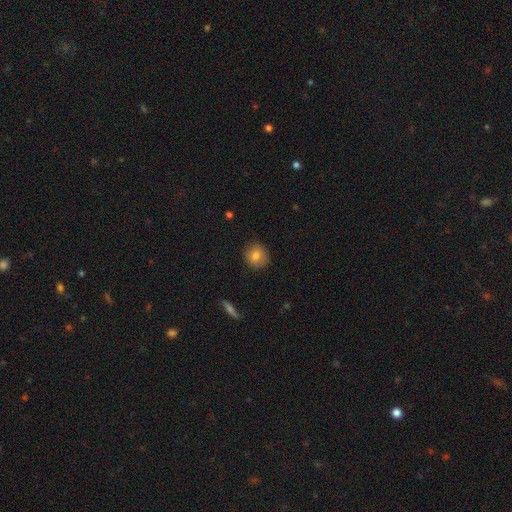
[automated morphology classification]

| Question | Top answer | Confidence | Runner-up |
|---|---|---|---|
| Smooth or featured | smooth | 78% | featured or disk (13%) |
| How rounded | round | 87% | in between (11%) |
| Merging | none | 86% | minor disturbance (10%) |